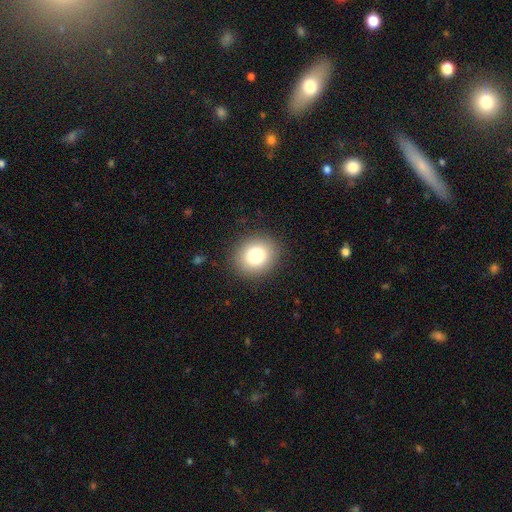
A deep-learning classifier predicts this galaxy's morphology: This is clearly a smooth galaxy (81%). How rounded: likely round (71%). Merging: clearly none (89%).